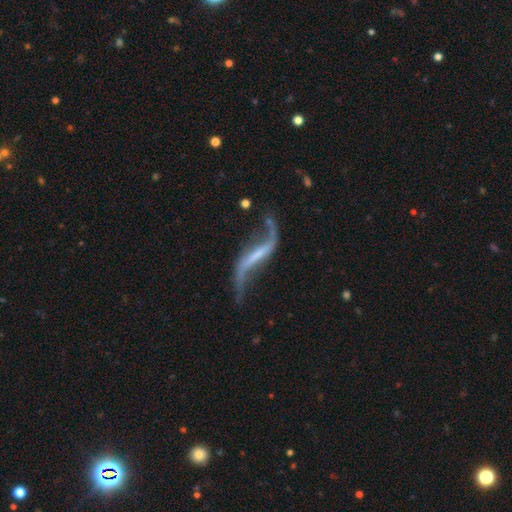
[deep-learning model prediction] Q: Smooth or featured?
A: featured or disk (88%); runner-up: smooth (6%)
Q: Edge-on disk?
A: no (88%); runner-up: yes (12%)
Q: Bar?
A: strong (55%); runner-up: weak (29%)
Q: Spiral arms?
A: yes (93%); runner-up: no (7%)
Q: Spiral winding?
A: loose (95%); runner-up: medium (4%)
Q: Spiral arm count?
A: 2 (92%); runner-up: 1 (3%)
Q: Bulge size?
A: none (45%); runner-up: small (39%)
Q: Merging?
A: none (62%); runner-up: minor disturbance (17%)